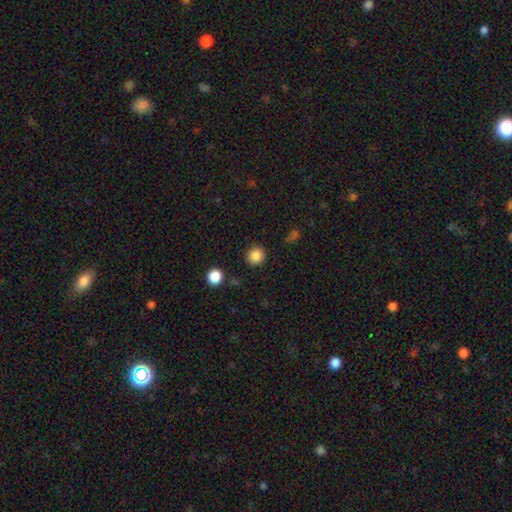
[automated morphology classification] type=smooth (86%); roundness=round (93%); merging=none (90%).